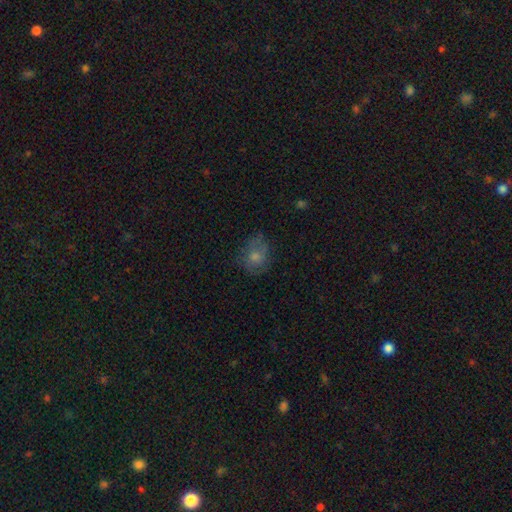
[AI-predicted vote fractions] This is likely a smooth galaxy (69%). How rounded: possibly round (59%). Merging: possibly none (60%).